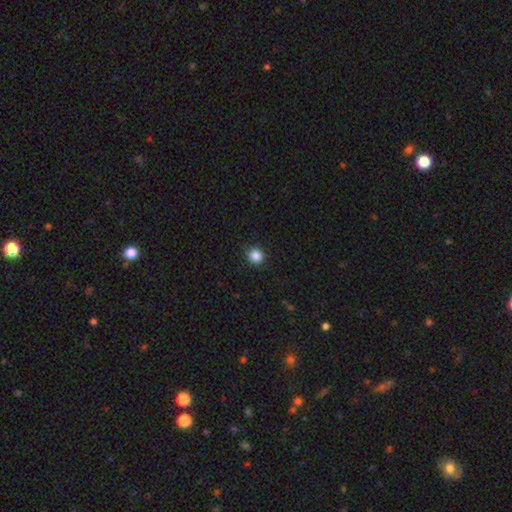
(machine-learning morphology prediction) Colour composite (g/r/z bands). It shows a smooth galaxy with no disk features (86%) that is round (90%). Merging: none (89%).